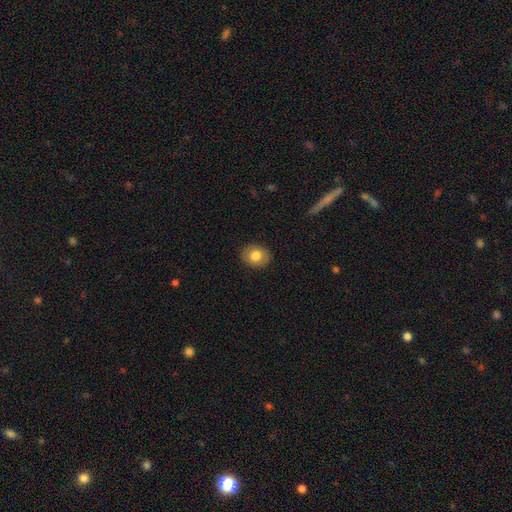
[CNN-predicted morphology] Smooth or featured? smooth (80%)
How rounded? round (54%)
Merging? none (89%)